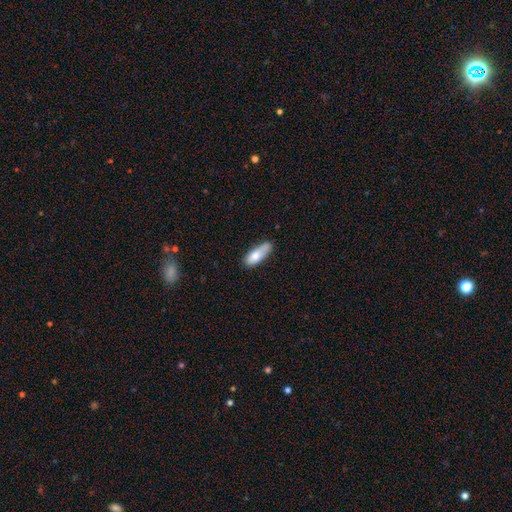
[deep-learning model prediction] Q: Smooth or featured?
A: smooth (79%); runner-up: featured or disk (15%)
Q: How rounded?
A: in between (64%); runner-up: cigar-shaped (34%)
Q: Merging?
A: none (61%); runner-up: minor disturbance (28%)